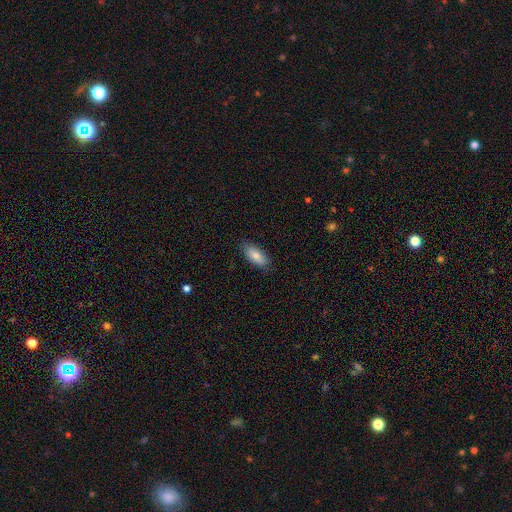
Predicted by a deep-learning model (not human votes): smooth_or_featured: smooth (p=0.84) [alt: featured or disk p=0.10]
how_rounded: in between (p=0.86) [alt: cigar-shaped p=0.12]
merging: none (p=0.83) [alt: minor disturbance p=0.13]